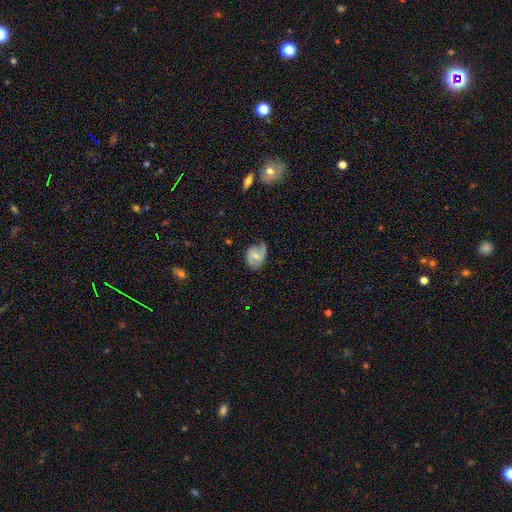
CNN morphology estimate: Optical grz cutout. It shows a featured or disk galaxy (62%) with a weak bar (51%), 2 (68%) medium (43%) spiral arms (85%) and a small central bulge (48%). Merging: none (54%).